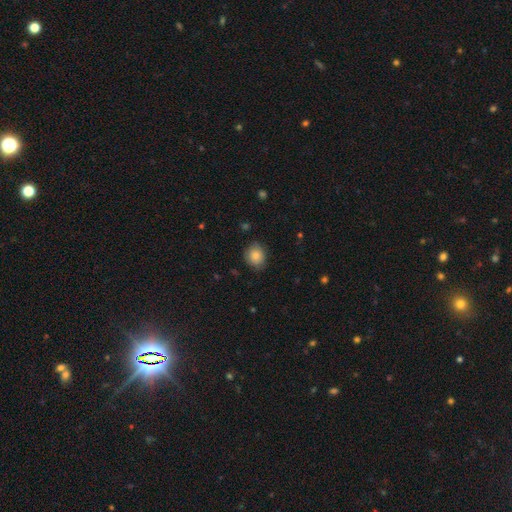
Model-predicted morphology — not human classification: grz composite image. It shows a smooth galaxy with no disk features (85%) that is round (67%). Merging: none (81%).